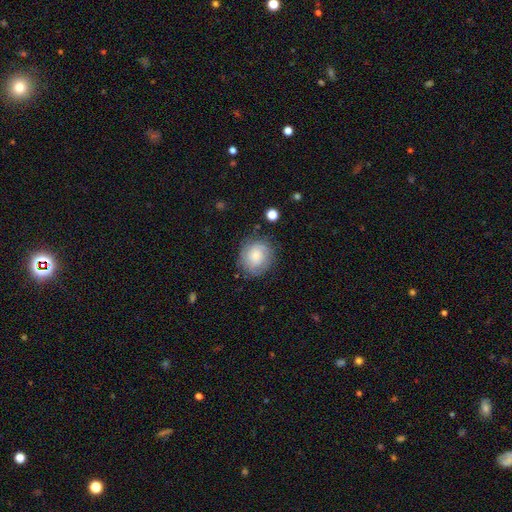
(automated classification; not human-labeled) The model was most divided on "smooth or featured": smooth: 64%, featured or disk: 27%, star or artifact: 8%. More confident: how rounded — round (79%); merging — none (77%).